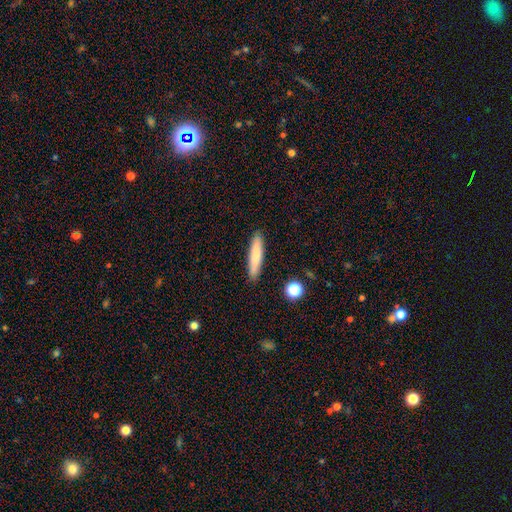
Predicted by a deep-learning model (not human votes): Smooth or featured?
  - smooth: 77% *
  - featured or disk: 16%
  - star or artifact: 6%
How rounded?
  - cigar-shaped: 87% *
  - in between: 12%
  - round: 1%
Merging?
  - none: 88% *
  - minor disturbance: 8%
  - major disturbance: 2%
  - merger: 2%